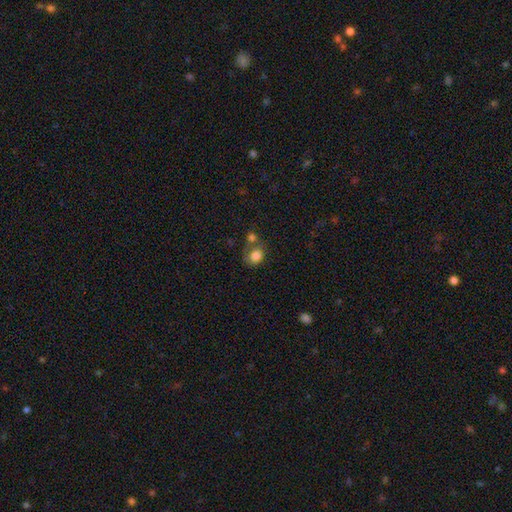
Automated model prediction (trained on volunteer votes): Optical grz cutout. It shows a smooth galaxy with no disk features (82%) that is round (64%). Merging: none (43%).